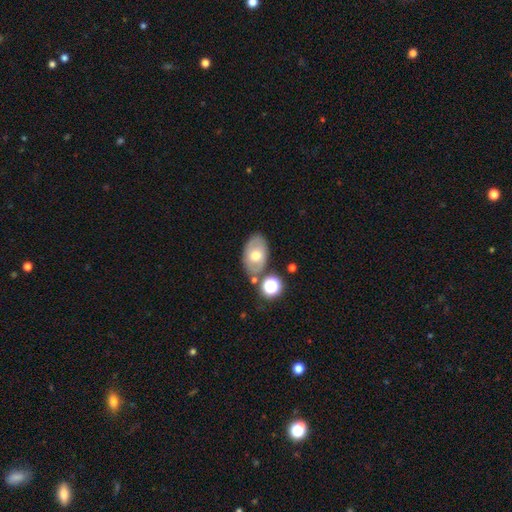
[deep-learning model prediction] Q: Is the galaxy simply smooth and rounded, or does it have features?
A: smooth — 54%.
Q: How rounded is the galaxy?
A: in between — 86%.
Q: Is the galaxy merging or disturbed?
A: none — 72%.